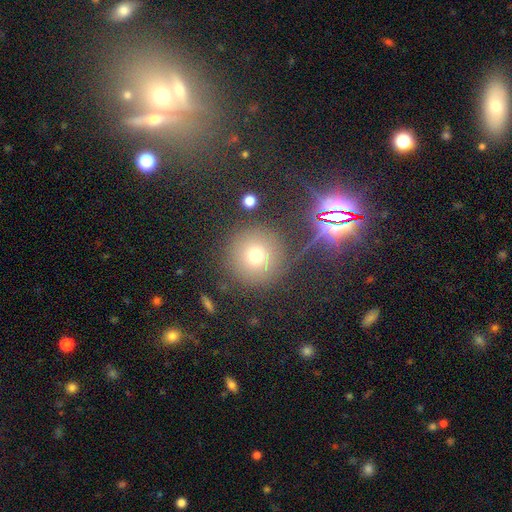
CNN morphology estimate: Overall: smooth (65%). How rounded: round (95%). Merging: none (86%).